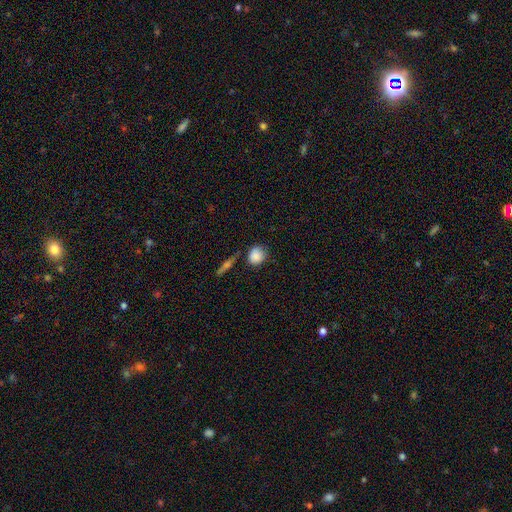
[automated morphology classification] Smooth or featured: smooth — 85% (star or artifact — 8%)
How rounded: round — 79% (in between — 19%)
Merging: none — 68% (minor disturbance — 20%)